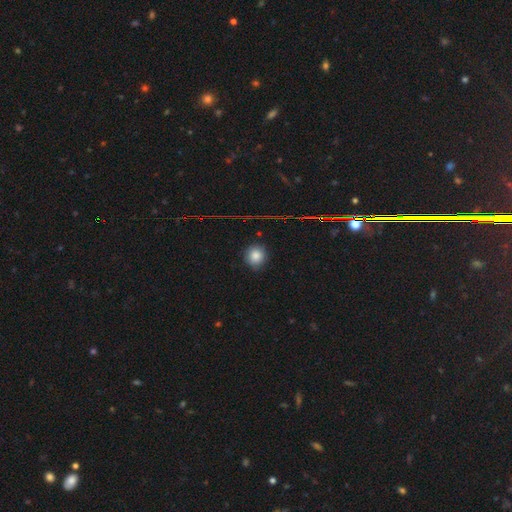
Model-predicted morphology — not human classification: Smooth or featured? smooth (84%)
How rounded? round (83%)
Merging? none (84%)